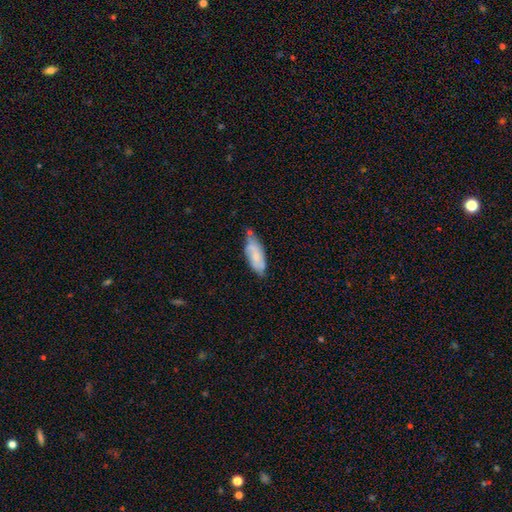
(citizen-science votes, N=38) Smooth or featured? smooth (61%)
How rounded? in between (78%)
Merging? none (49%)